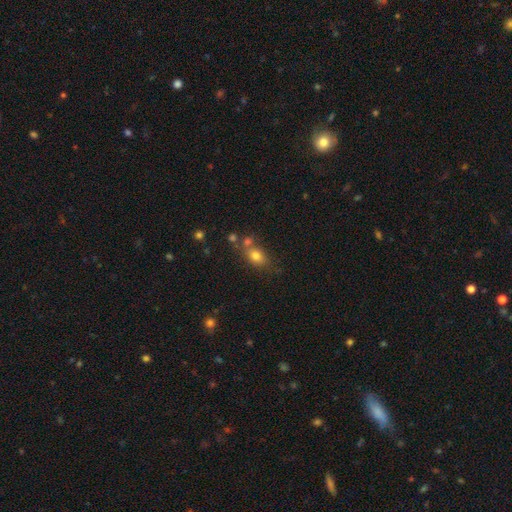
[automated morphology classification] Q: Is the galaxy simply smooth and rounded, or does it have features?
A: smooth — 76%.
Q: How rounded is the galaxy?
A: in between — 62%.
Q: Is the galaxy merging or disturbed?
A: none — 52%.